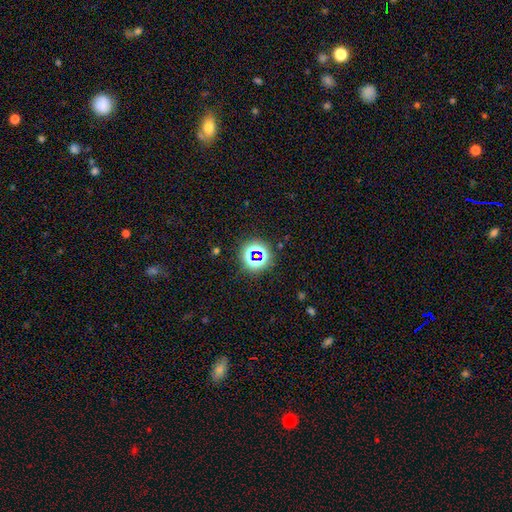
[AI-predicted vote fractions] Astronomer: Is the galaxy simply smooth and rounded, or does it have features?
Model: star or artifact — 68%.